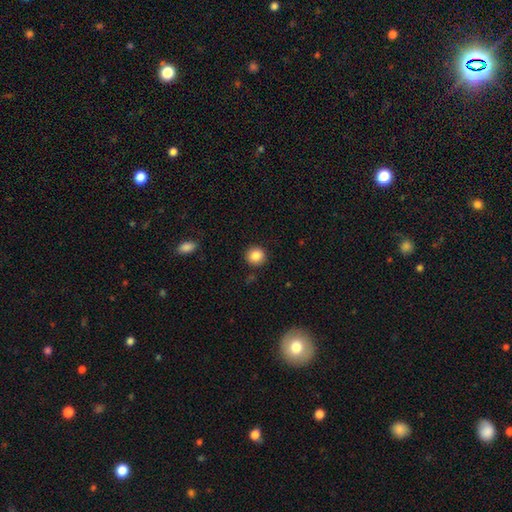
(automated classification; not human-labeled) A smooth galaxy with no disk features (86%) that is round (93%). Merging: none (91%).